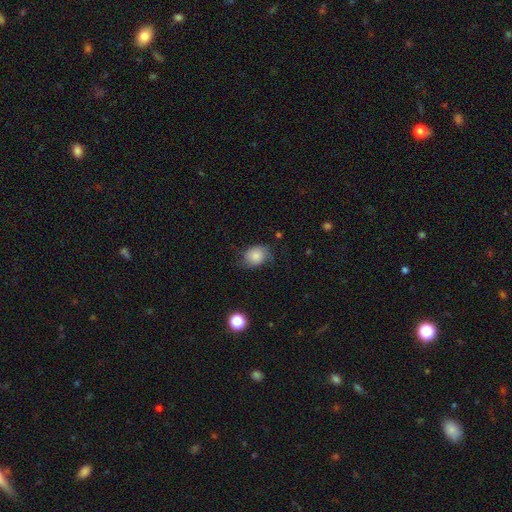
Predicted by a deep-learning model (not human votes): Q: Smooth or featured?
A: smooth (76%); runner-up: featured or disk (14%)
Q: How rounded?
A: round (51%); runner-up: in between (49%)
Q: Merging?
A: none (60%); runner-up: minor disturbance (29%)